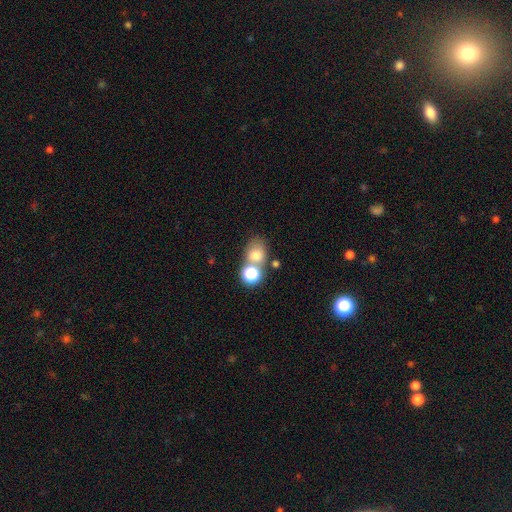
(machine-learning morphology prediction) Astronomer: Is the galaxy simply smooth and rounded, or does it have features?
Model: smooth — 71%.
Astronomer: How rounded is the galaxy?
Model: round — 58% (runner-up: in between, 41%).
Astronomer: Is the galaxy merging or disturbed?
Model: none — 43% (runner-up: merger, 39%).